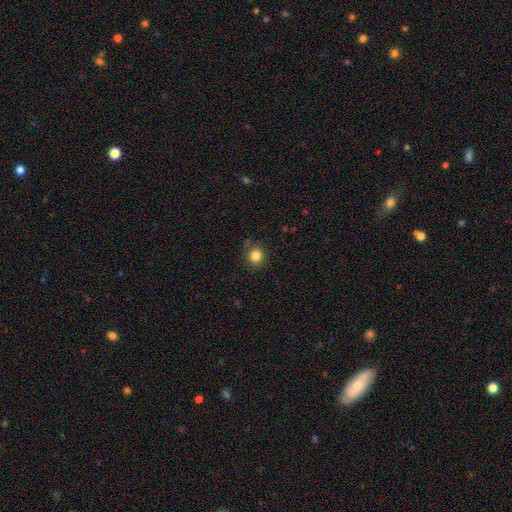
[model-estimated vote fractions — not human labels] Smooth or featured?
  - smooth: 83% *
  - star or artifact: 12%
  - featured or disk: 5%
How rounded?
  - round: 89% *
  - in between: 10%
  - cigar-shaped: 1%
Merging?
  - none: 83% *
  - minor disturbance: 12%
  - major disturbance: 3%
  - merger: 2%